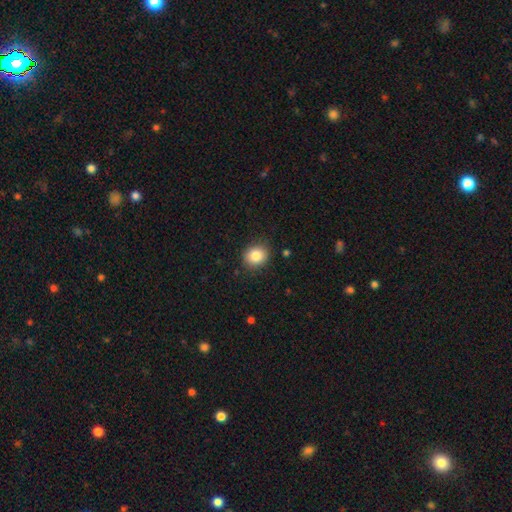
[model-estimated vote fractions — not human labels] Overall: smooth (85%). How rounded: round (69%; in between 30%). Merging: none (87%).